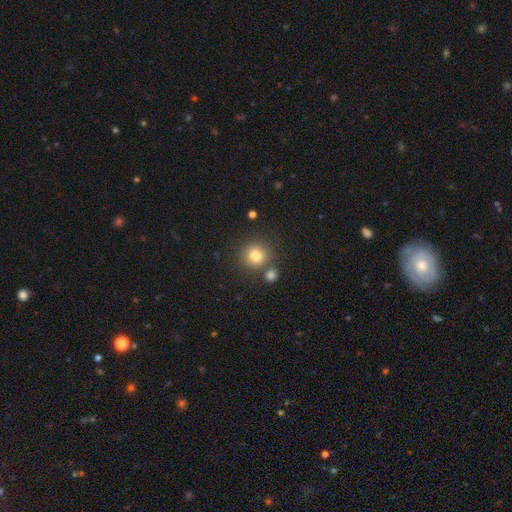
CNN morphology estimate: smooth_or_featured: smooth (p=0.79) [alt: star or artifact p=0.13]
how_rounded: round (p=0.91) [alt: in between p=0.08]
merging: none (p=0.75) [alt: merger p=0.13]